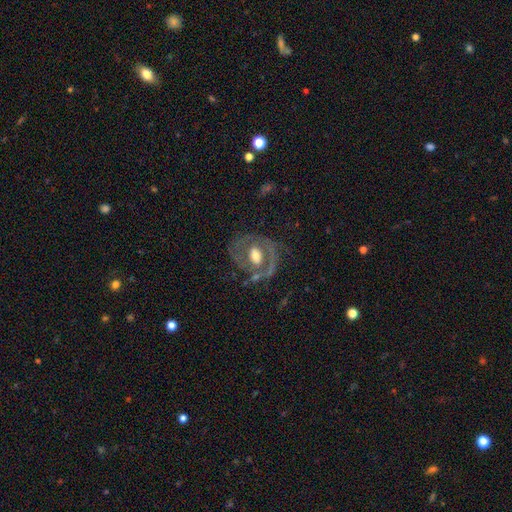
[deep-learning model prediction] A featured or disk galaxy (72%) with no bar (51%), spiral arms (61%) and a moderate central bulge (55%).

Vote fractions:
- Smooth or featured? featured or disk: 72% / smooth: 21% / star or artifact: 7%
- Edge-on disk? no: 96% / yes: 4%
- Bar? no: 51% / weak: 35% / strong: 14%
- Spiral arms? yes: 61% / no: 39%
- Bulge size? moderate: 55% / large: 30% / small: 10% / dominant: 2% / none: 2%
- Merging? none: 60% / minor disturbance: 21% / major disturbance: 15% / merger: 4%